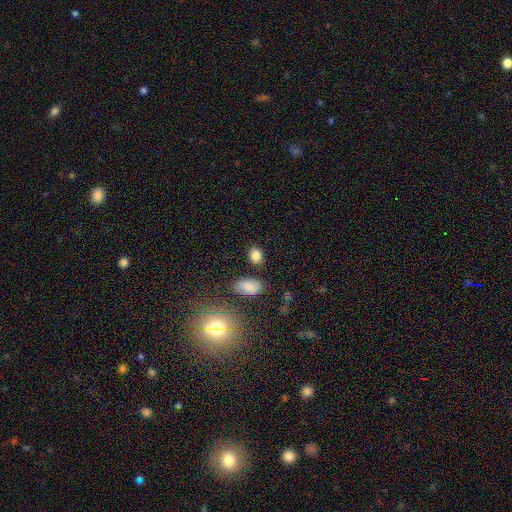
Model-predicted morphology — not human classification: Smooth or featured?
  - smooth: 83% *
  - star or artifact: 11%
  - featured or disk: 6%
How rounded?
  - in between: 68% *
  - round: 31%
  - cigar-shaped: 2%
Merging?
  - none: 81% *
  - minor disturbance: 11%
  - merger: 5%
  - major disturbance: 3%